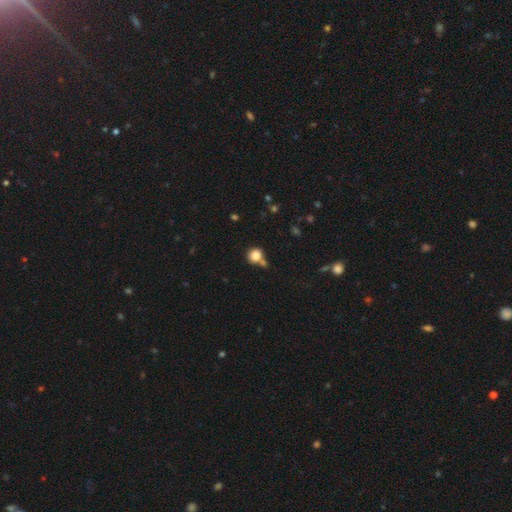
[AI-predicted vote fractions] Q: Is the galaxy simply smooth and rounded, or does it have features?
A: smooth — 83%.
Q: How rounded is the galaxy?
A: round — 85%.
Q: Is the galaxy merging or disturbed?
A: none — 56%.